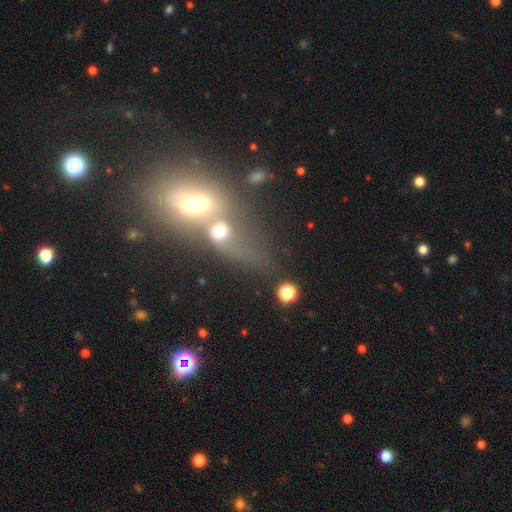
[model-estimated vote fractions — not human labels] This appears to be a smooth galaxy with no disk features (44%). Merging: merger (62%).